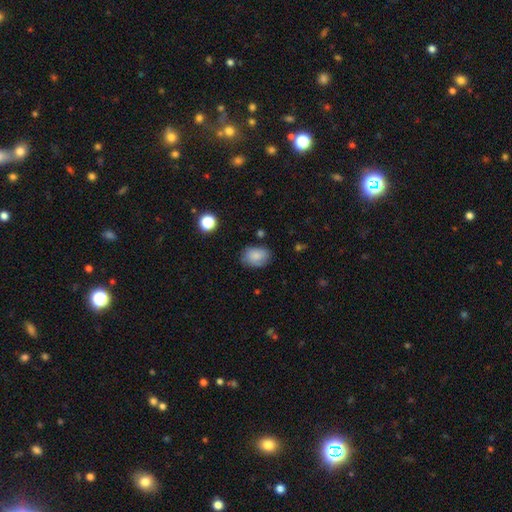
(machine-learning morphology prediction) Smooth or featured: smooth — 77% (featured or disk — 14%)
How rounded: in between — 76% (round — 23%)
Merging: none — 73% (minor disturbance — 21%)